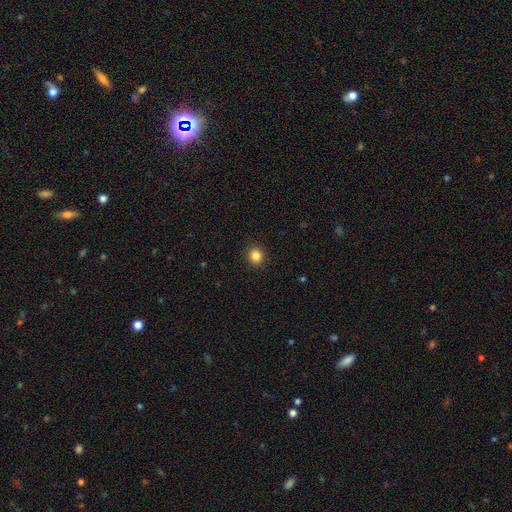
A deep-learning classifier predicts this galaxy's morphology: smooth-or-featured: smooth: 85% | star or artifact: 11% | featured or disk: 4%
  how-rounded: round: 87% | in between: 12% | cigar-shaped: 1%
  merging: none: 91% | minor disturbance: 6% | major disturbance: 2% | merger: 1%